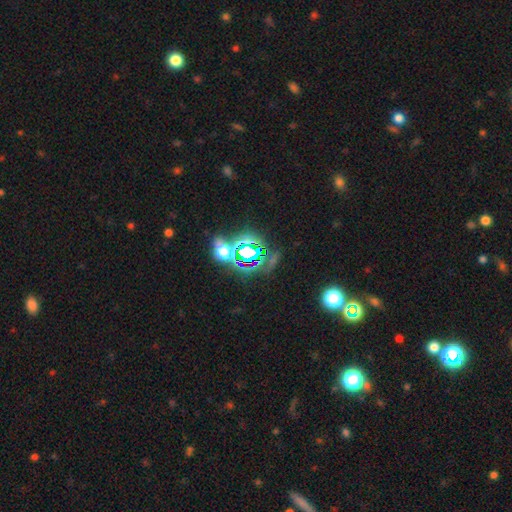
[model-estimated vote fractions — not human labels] Q: Smooth or featured?
A: star or artifact (72%); runner-up: smooth (18%)